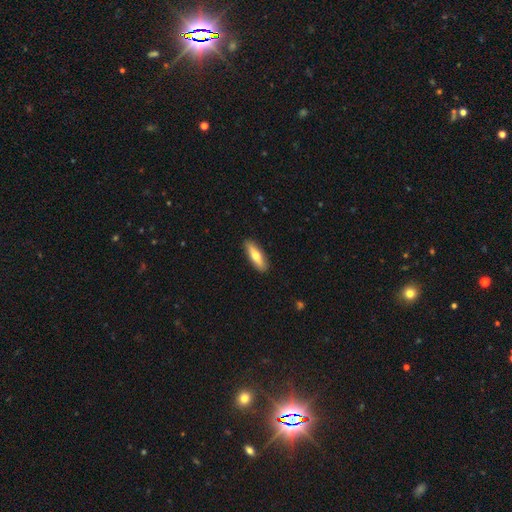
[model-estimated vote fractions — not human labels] A smooth galaxy with no disk features (65%) that is cigar-shaped (54%). Merging: none (89%).